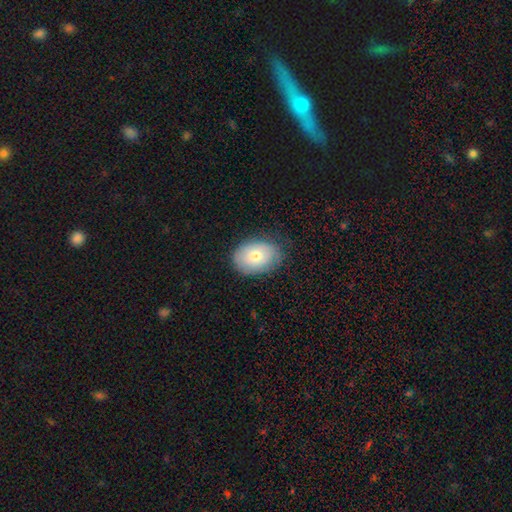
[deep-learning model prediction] smooth 74%, featured or disk 19%, star or artifact 7%. Down the decision tree: how rounded — in between (77%); merging — none (78%).